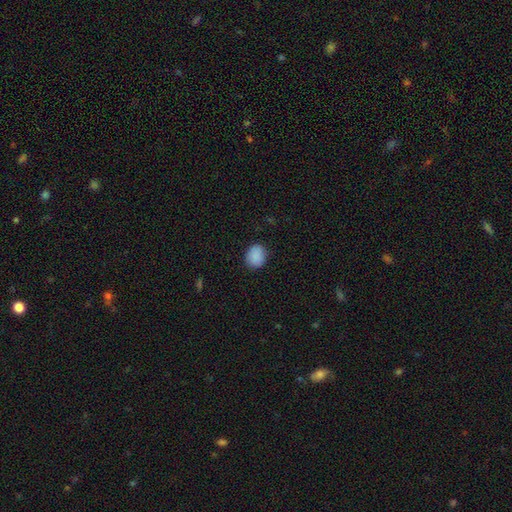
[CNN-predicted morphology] type=smooth (89%); roundness=round (58%); merging=none (86%).